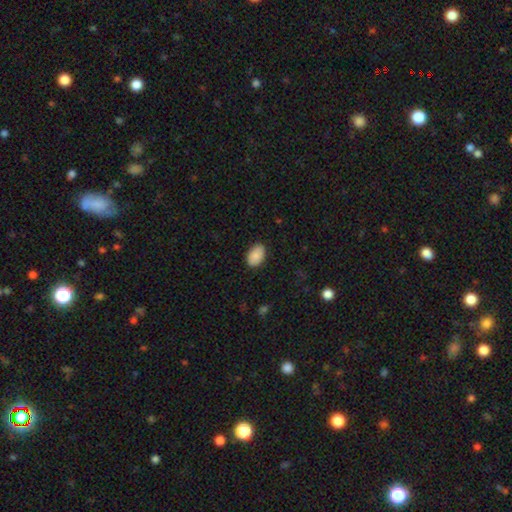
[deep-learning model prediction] Smooth or featured: smooth — 89% (star or artifact — 7%)
How rounded: in between — 91% (round — 8%)
Merging: none — 85% (minor disturbance — 12%)